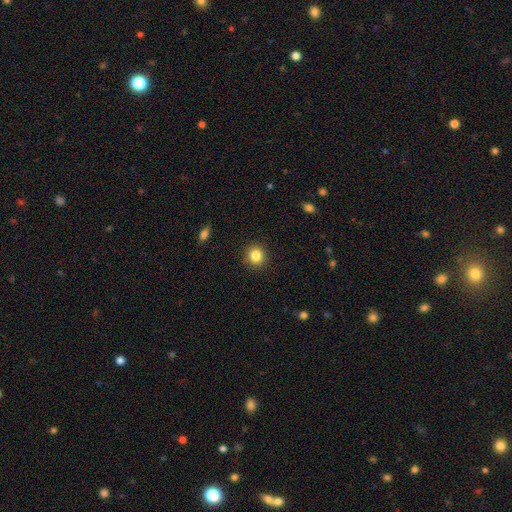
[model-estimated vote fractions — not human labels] Smooth or featured: smooth — 84% (star or artifact — 11%)
How rounded: round — 90% (in between — 9%)
Merging: none — 91% (minor disturbance — 6%)